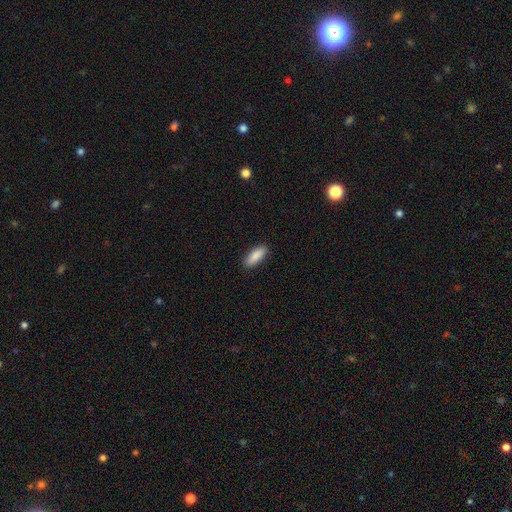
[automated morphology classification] Q: Smooth or featured?
A: smooth (88%); runner-up: star or artifact (6%)
Q: How rounded?
A: in between (71%); runner-up: cigar-shaped (27%)
Q: Merging?
A: none (89%); runner-up: minor disturbance (8%)